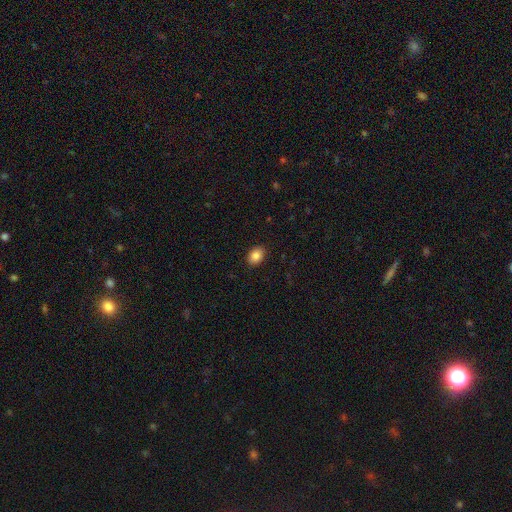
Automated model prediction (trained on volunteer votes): smooth 87%, star or artifact 8%, featured or disk 5%. Down the decision tree: how rounded — in between (69%); merging — none (90%).